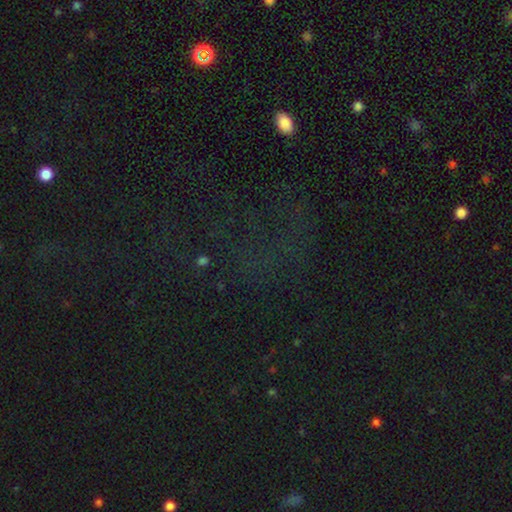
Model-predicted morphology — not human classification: This is likely a star or artifact rather than a galaxy (67%).